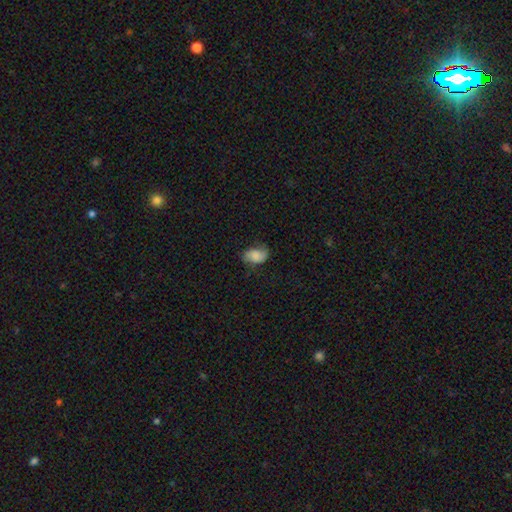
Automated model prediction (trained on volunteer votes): The model was most divided on "merging": none: 65%, minor disturbance: 25%, major disturbance: 8%, merger: 1%. More confident: how rounded — in between (86%); smooth or featured — smooth (66%).